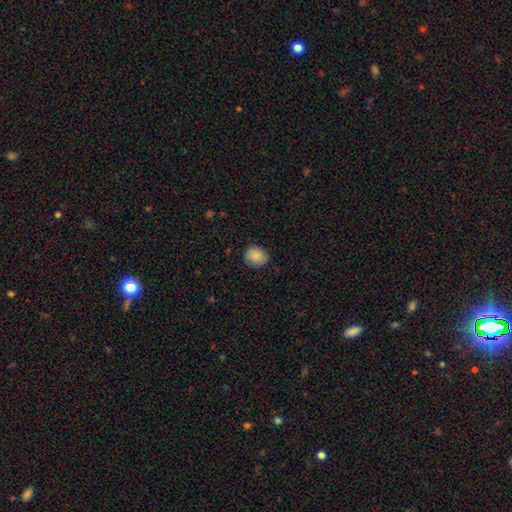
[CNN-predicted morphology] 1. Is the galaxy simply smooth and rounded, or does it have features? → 87% smooth, 8% star or artifact, 5% featured or disk.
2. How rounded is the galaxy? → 68% round, 32% in between, 1% cigar-shaped.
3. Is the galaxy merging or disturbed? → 83% none, 13% minor disturbance, 3% major disturbance, 1% merger.